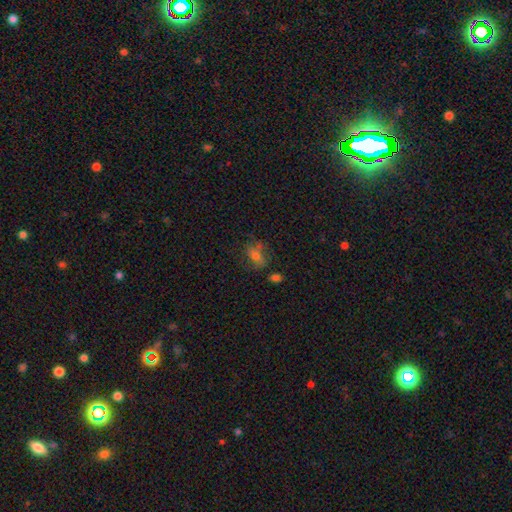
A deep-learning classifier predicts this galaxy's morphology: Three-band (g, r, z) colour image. It shows a smooth galaxy with no disk features (56%) that is in between round and cigar-shaped (66%). Merging: none (55%).